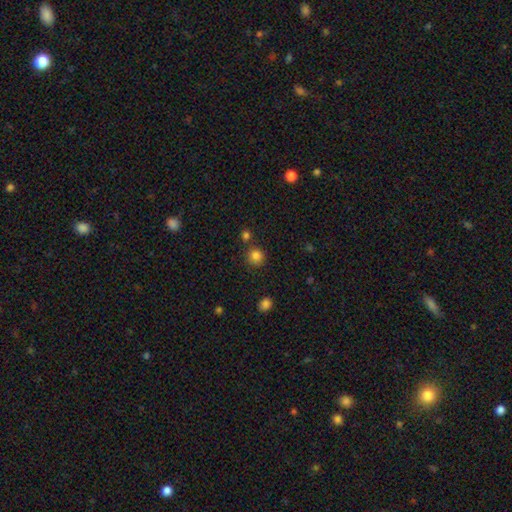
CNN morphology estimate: A smooth galaxy with no disk features (83%) that is round (92%). Merging: none (81%).